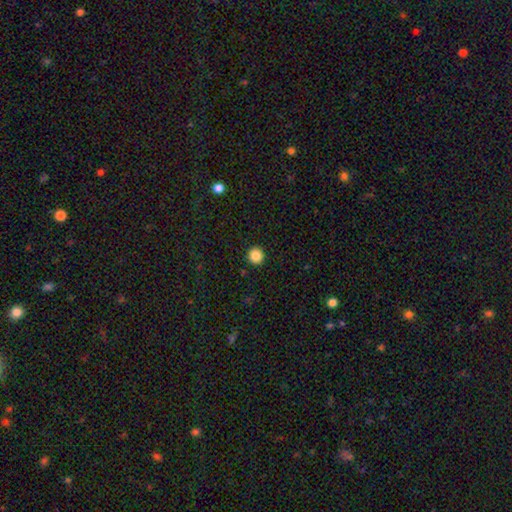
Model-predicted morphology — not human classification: smooth 86%, star or artifact 10%, featured or disk 4%. Down the decision tree: how rounded — round (95%); merging — none (93%).